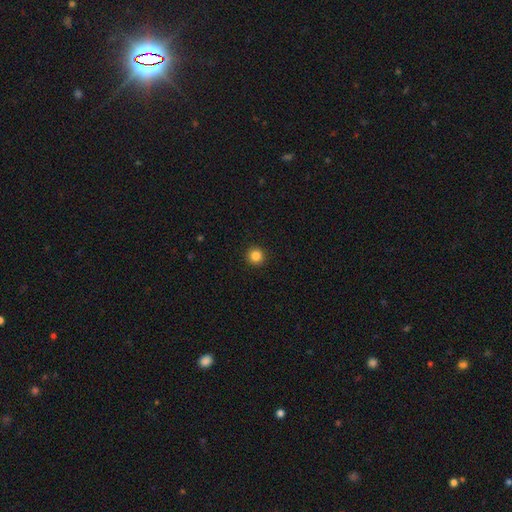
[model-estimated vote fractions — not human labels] A smooth galaxy with no disk features (85%) that is round (96%). Merging: none (93%).